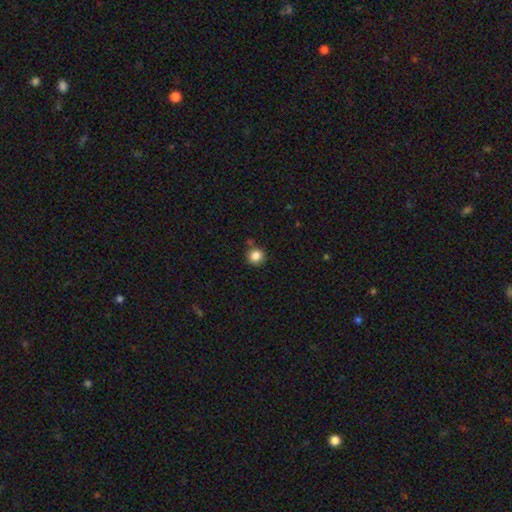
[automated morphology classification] Q: Smooth or featured?
A: smooth (85%); runner-up: star or artifact (11%)
Q: How rounded?
A: round (91%); runner-up: in between (8%)
Q: Merging?
A: none (82%); runner-up: minor disturbance (10%)